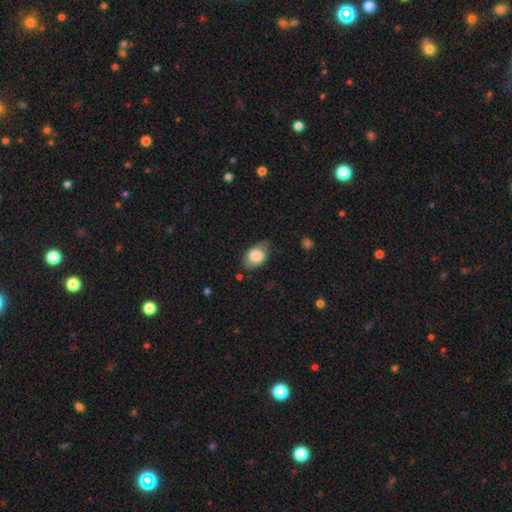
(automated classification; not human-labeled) smooth-or-featured: smooth: 77% | featured or disk: 16% | star or artifact: 7%
  how-rounded: in between: 85% | round: 14% | cigar-shaped: 1%
  merging: none: 66% | minor disturbance: 25% | major disturbance: 7% | merger: 2%